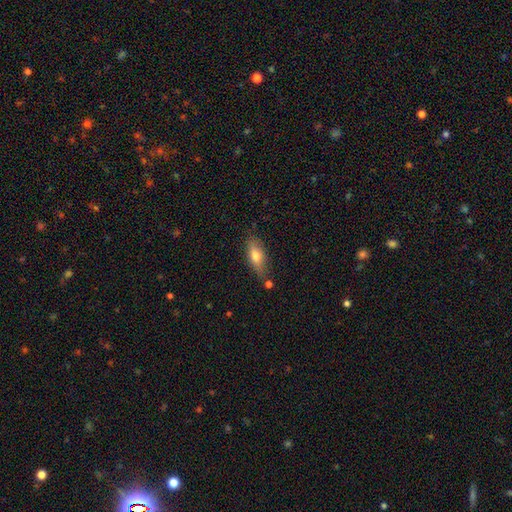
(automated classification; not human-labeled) smooth-or-featured: smooth: 74% | featured or disk: 19% | star or artifact: 7%
  how-rounded: in between: 73% | cigar-shaped: 24% | round: 3%
  merging: none: 72% | minor disturbance: 18% | merger: 6% | major disturbance: 4%